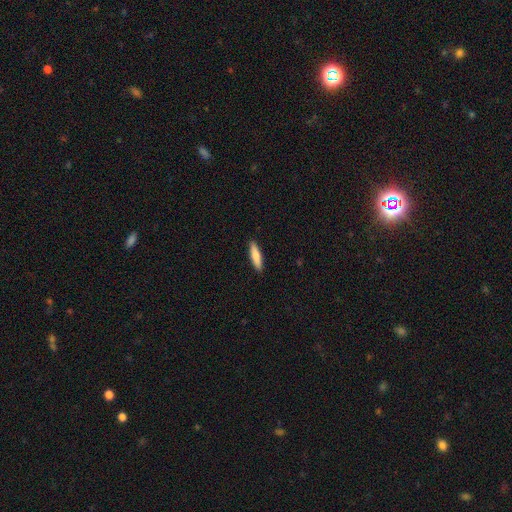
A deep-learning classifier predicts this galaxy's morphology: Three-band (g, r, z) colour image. It shows a smooth galaxy with no disk features (80%) that is cigar-shaped (76%). Merging: none (91%).